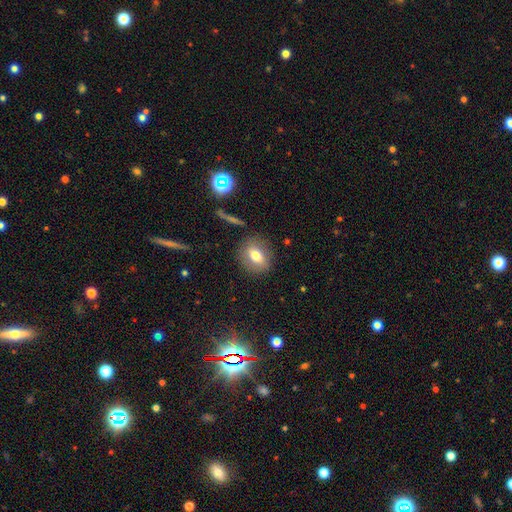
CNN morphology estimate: smooth 68%, featured or disk 22%, star or artifact 10%. Down the decision tree: how rounded — round (58%); merging — none (83%).